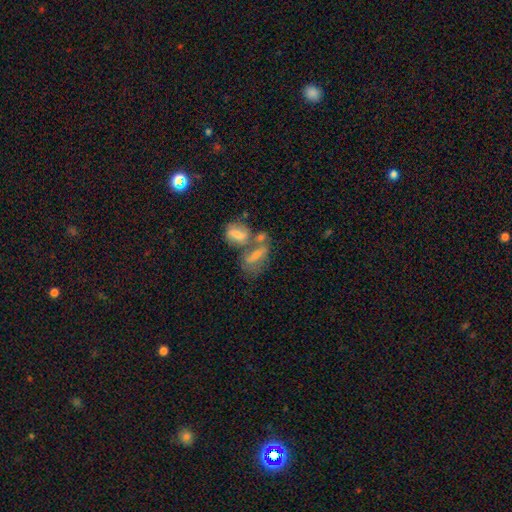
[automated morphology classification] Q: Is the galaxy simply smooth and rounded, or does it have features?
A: smooth — 53%.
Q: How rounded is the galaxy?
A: in between — 80%.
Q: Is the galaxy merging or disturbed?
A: merger — 58%.